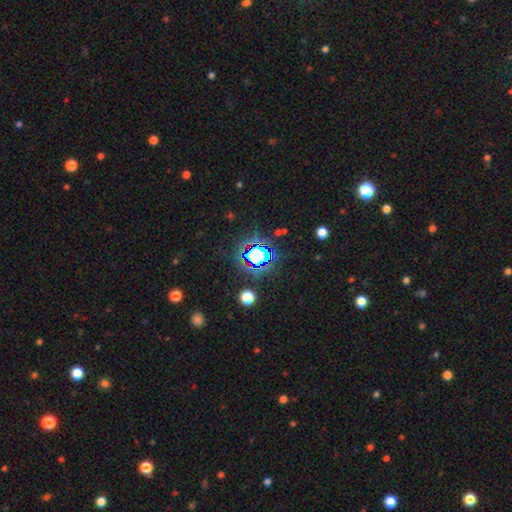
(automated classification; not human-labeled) This appears to be a star or artifact, not a galaxy (70%).